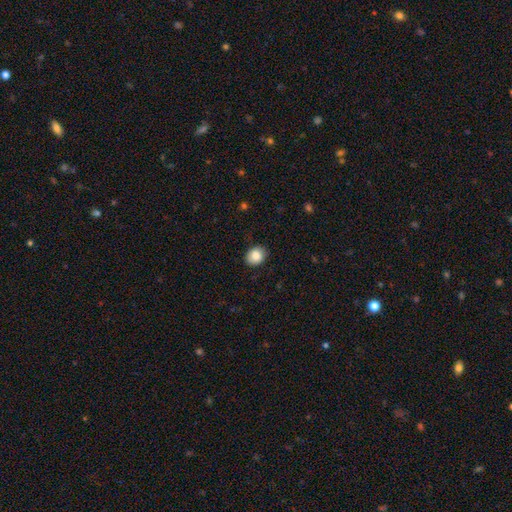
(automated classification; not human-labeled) Morphology: type=smooth (86%); roundness=round (59%); merging=none (87%).